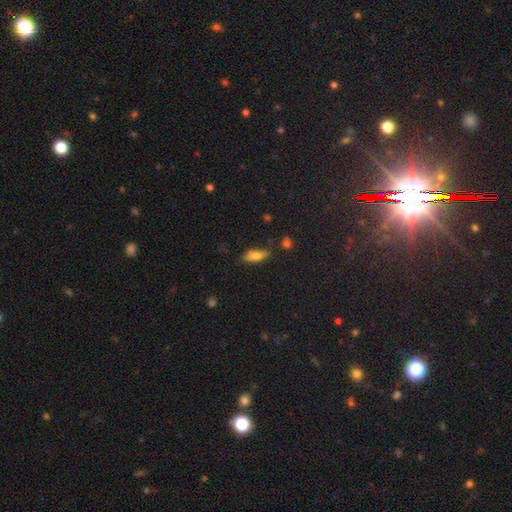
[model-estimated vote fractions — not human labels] smooth 69%, featured or disk 22%, star or artifact 9%. Down the decision tree: how rounded — in between (66%); merging — none (71%).